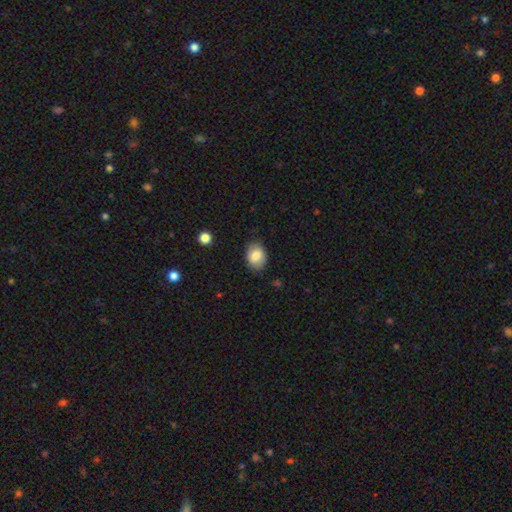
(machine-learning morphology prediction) Smooth or featured? smooth (81%)
How rounded? in between (75%)
Merging? none (82%)